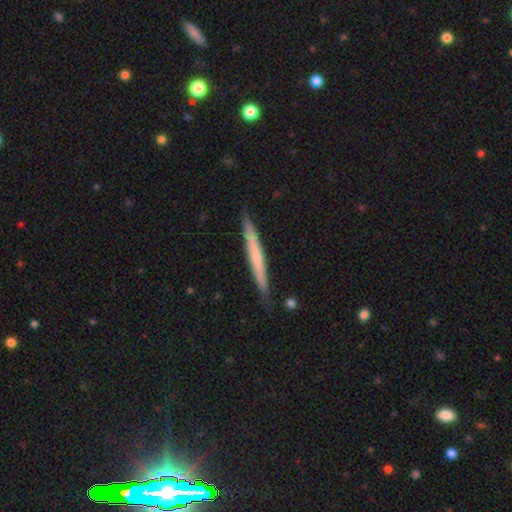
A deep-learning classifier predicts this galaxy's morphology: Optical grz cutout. It shows a smooth galaxy with no disk features (49%). Merging: none (87%).